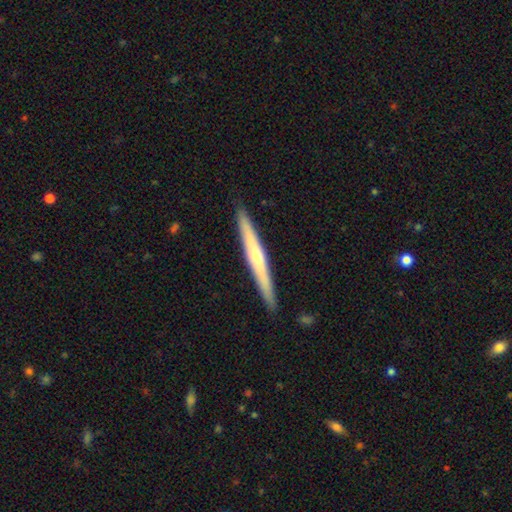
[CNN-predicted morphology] A featured or disk galaxy (67%) viewed edge-on (97%) with a rounded central bulge (76%).

Vote fractions:
- Smooth or featured? featured or disk: 67% / smooth: 27% / star or artifact: 6%
- Edge-on disk? yes: 97% / no: 3%
- Edge-on bulge? rounded: 76% / none: 21% / boxy: 4%
- Merging? none: 91% / minor disturbance: 6% / major disturbance: 1% / merger: 1%